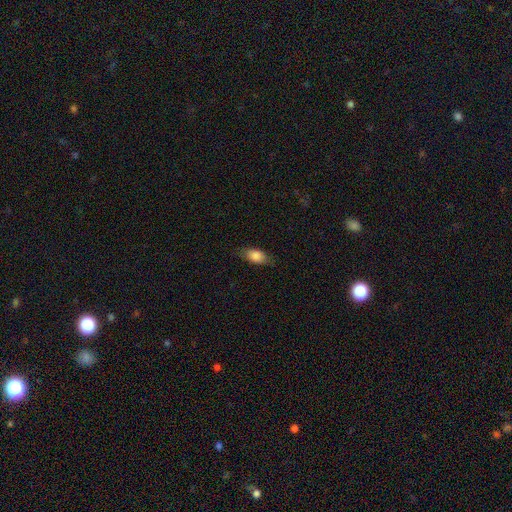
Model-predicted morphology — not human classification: Overall: smooth (82%). How rounded: in between (85%). Merging: none (79%).